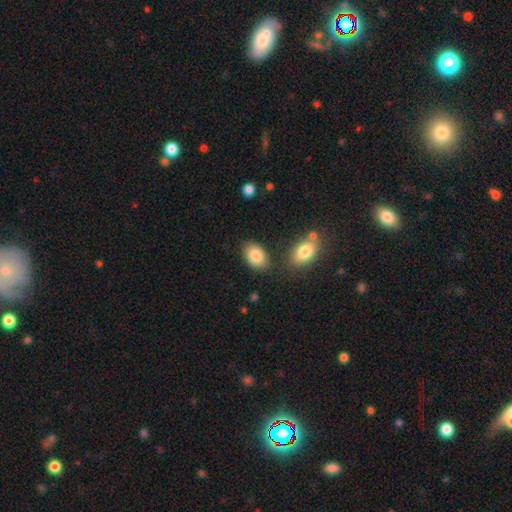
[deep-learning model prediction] The model was most divided on "merging": none: 79%, minor disturbance: 12%, merger: 6%, major disturbance: 3%. More confident: how rounded — in between (88%); smooth or featured — smooth (85%).